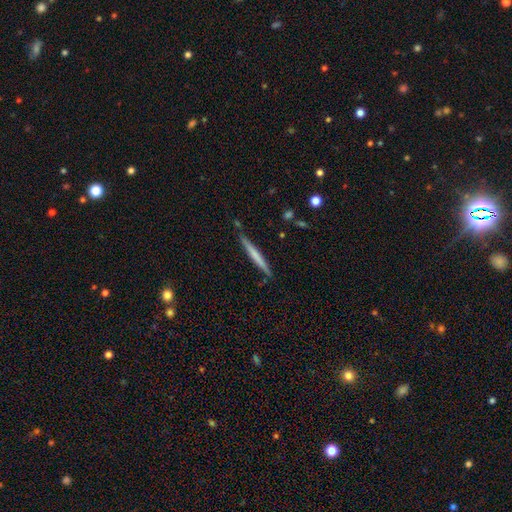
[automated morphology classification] Smooth or featured? smooth (55%)
How rounded? cigar-shaped (97%)
Merging? none (85%)